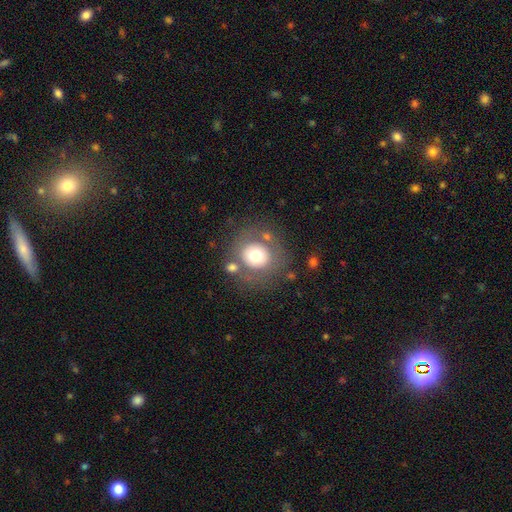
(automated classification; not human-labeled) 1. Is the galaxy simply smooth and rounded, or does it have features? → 66% smooth, 23% featured or disk, 11% star or artifact.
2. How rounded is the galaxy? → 89% round, 10% in between, 1% cigar-shaped.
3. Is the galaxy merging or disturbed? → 72% none, 12% minor disturbance, 8% major disturbance, 7% merger.